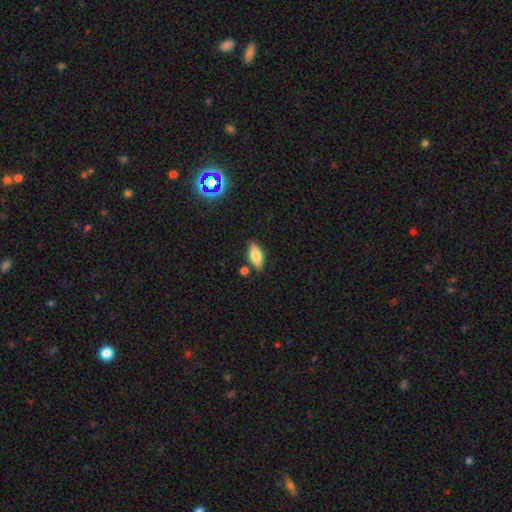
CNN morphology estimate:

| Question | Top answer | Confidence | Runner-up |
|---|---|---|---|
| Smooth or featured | smooth | 75% | featured or disk (17%) |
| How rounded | in between | 79% | cigar-shaped (18%) |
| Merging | none | 77% | minor disturbance (14%) |